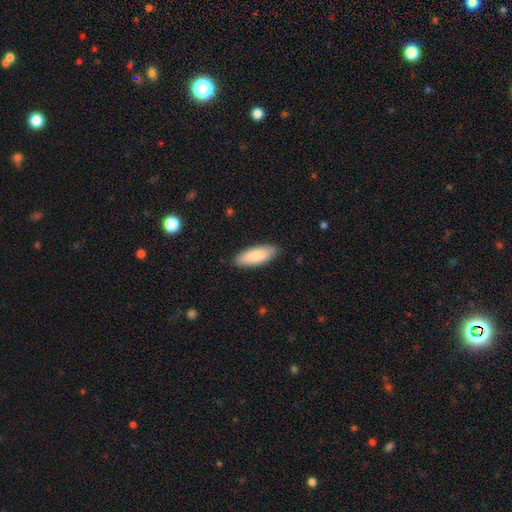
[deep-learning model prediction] smooth-or-featured: smooth: 85% | featured or disk: 10% | star or artifact: 5%
  how-rounded: in between: 74% | cigar-shaped: 25% | round: 2%
  merging: none: 87% | minor disturbance: 10% | major disturbance: 2% | merger: 1%